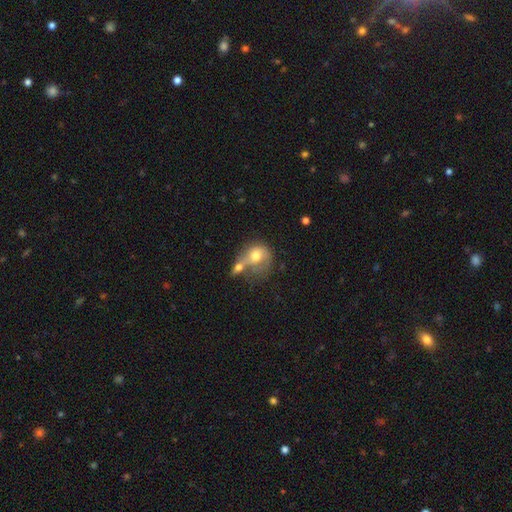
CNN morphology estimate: smooth 63%, featured or disk 29%, star or artifact 8%. Down the decision tree: how rounded — round (62%); merging — merger (56%).